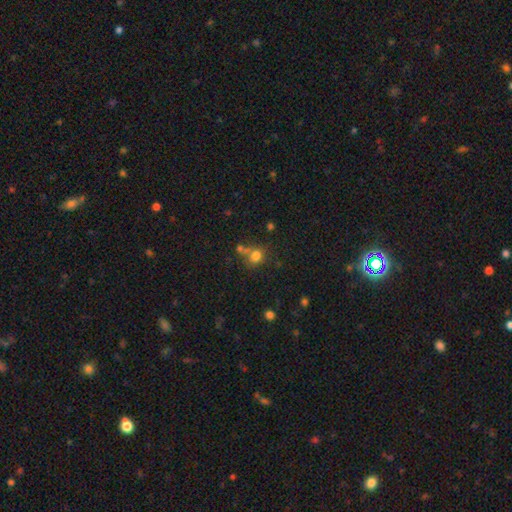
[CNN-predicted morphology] Smooth or featured?
  - smooth: 75% *
  - star or artifact: 16%
  - featured or disk: 9%
How rounded?
  - round: 69% *
  - in between: 30%
  - cigar-shaped: 1%
Merging?
  - none: 52% *
  - merger: 26%
  - minor disturbance: 14%
  - major disturbance: 8%